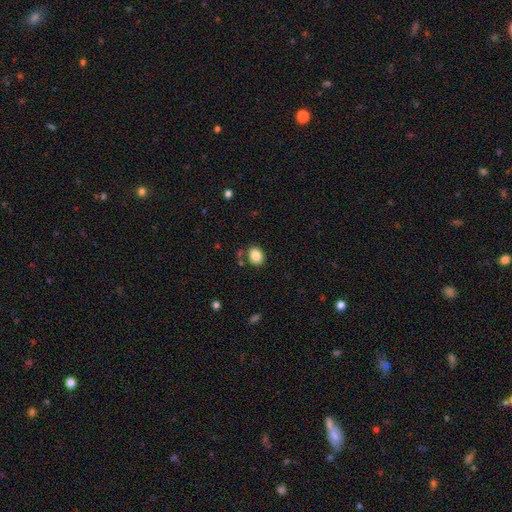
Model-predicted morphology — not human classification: Q: Smooth or featured?
A: smooth (85%); runner-up: star or artifact (9%)
Q: How rounded?
A: in between (51%); runner-up: round (49%)
Q: Merging?
A: none (81%); runner-up: minor disturbance (11%)